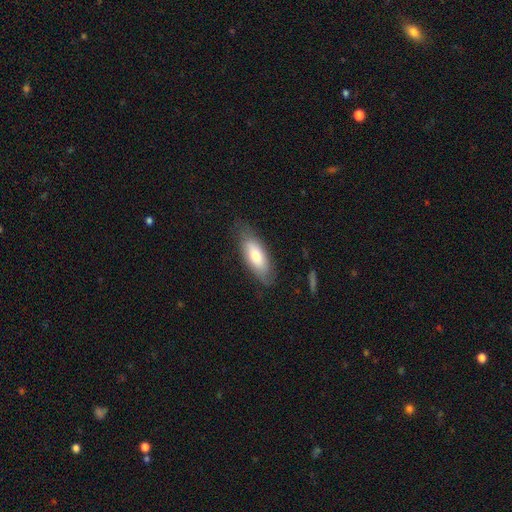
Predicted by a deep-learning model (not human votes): A smooth galaxy with no disk features (68%) that is in between round and cigar-shaped (76%). Merging: none (73%).